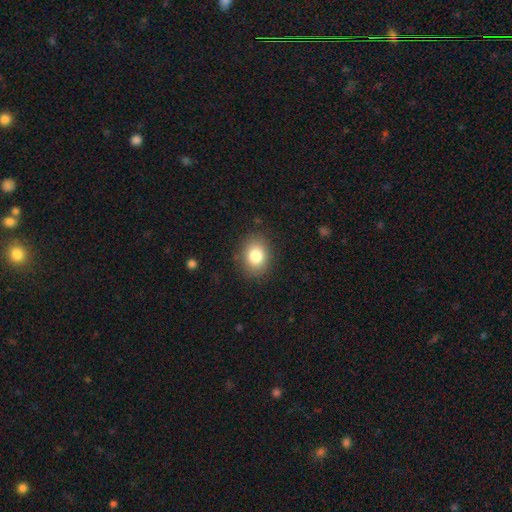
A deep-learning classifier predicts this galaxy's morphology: Smooth or featured?
  - smooth: 82% *
  - star or artifact: 9%
  - featured or disk: 9%
How rounded?
  - in between: 56% *
  - round: 44%
  - cigar-shaped: 1%
Merging?
  - none: 86% *
  - minor disturbance: 9%
  - major disturbance: 3%
  - merger: 1%